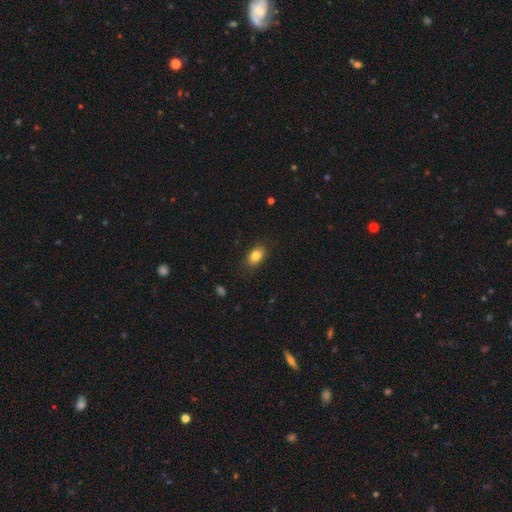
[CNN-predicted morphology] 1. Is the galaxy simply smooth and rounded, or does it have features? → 83% smooth, 9% star or artifact, 8% featured or disk.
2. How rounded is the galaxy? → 84% in between, 15% round, 2% cigar-shaped.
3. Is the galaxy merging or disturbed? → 86% none, 11% minor disturbance, 2% major disturbance, 1% merger.